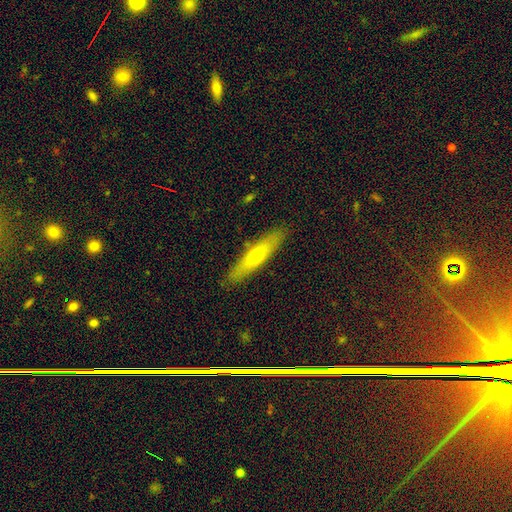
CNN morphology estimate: smooth-or-featured: smooth: 54% | featured or disk: 40% | star or artifact: 6%
  how-rounded: cigar-shaped: 83% | in between: 16% | round: 2%
  merging: none: 88% | minor disturbance: 9% | major disturbance: 2% | merger: 1%